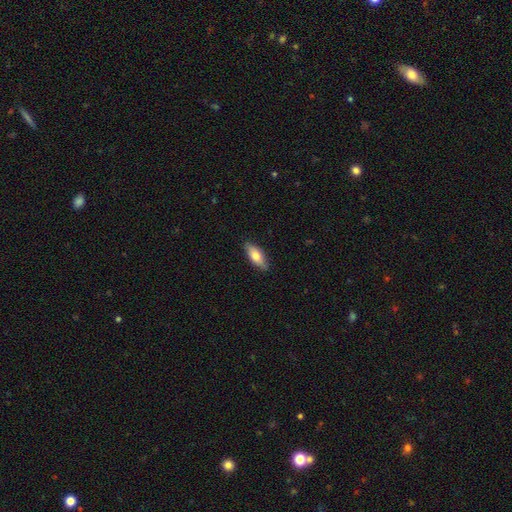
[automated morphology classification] smooth_or_featured: smooth (p=0.72) [alt: featured or disk p=0.22]
how_rounded: in between (p=0.74) [alt: cigar-shaped p=0.24]
merging: none (p=0.87) [alt: minor disturbance p=0.10]